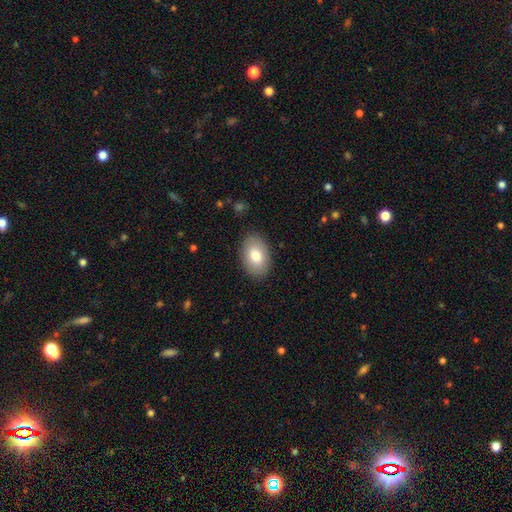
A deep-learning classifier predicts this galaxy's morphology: Smooth or featured? Predicted: smooth (p=0.79). How rounded? Predicted: in between (p=0.90). Merging? Predicted: none (p=0.87).